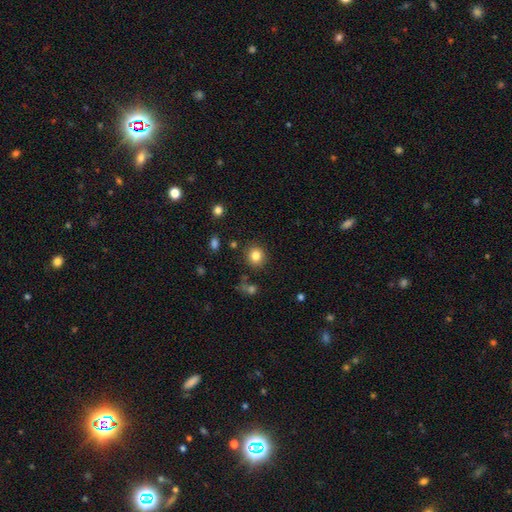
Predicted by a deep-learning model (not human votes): A smooth galaxy with no disk features (83%) that is round (88%). Merging: none (85%).